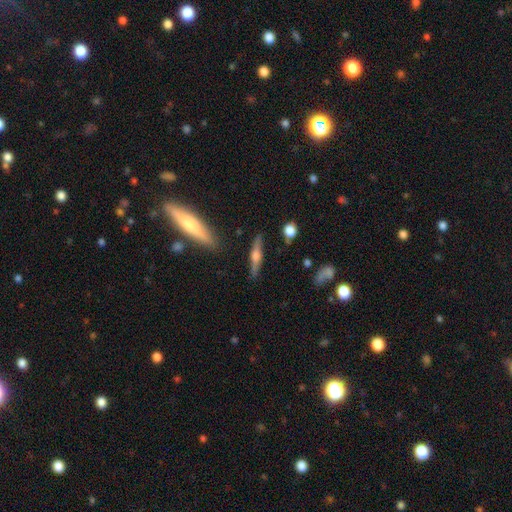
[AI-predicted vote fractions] A featured or disk galaxy (65%) viewed edge-on (96%) with a rounded central bulge (89%). Merging: none (86%).